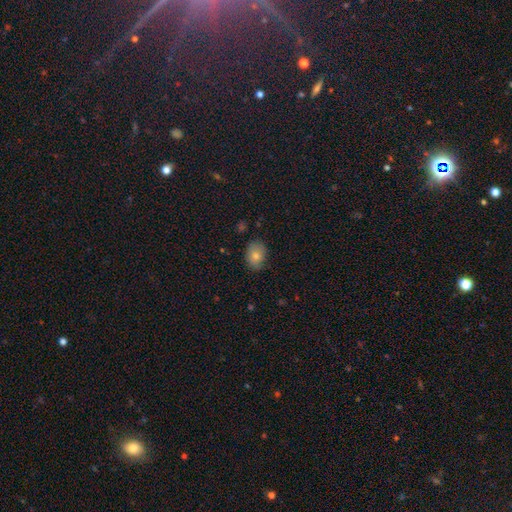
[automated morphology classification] Smooth or featured: smooth — 80% (featured or disk — 11%)
How rounded: in between — 71% (round — 28%)
Merging: none — 77% (minor disturbance — 18%)